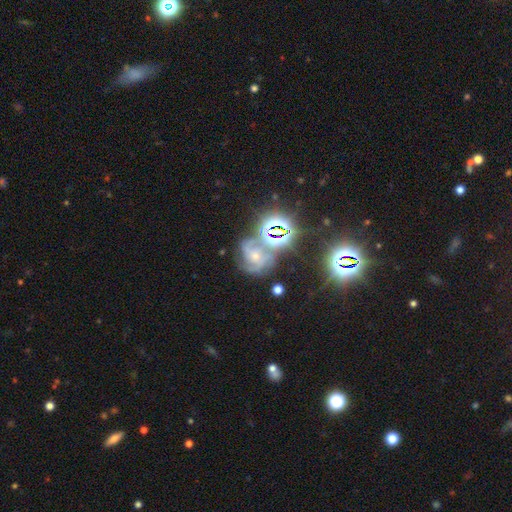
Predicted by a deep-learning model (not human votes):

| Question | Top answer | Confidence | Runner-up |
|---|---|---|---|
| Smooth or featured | featured or disk | 58% | star or artifact (27%) |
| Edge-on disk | no | 97% | yes (3%) |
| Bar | no | 66% | weak (24%) |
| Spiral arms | yes | 91% | no (9%) |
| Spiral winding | medium | 50% | tight (34%) |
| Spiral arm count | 3 | 47% | 2 (19%) |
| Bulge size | small | 51% | moderate (39%) |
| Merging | none | 49% | minor disturbance (19%) |